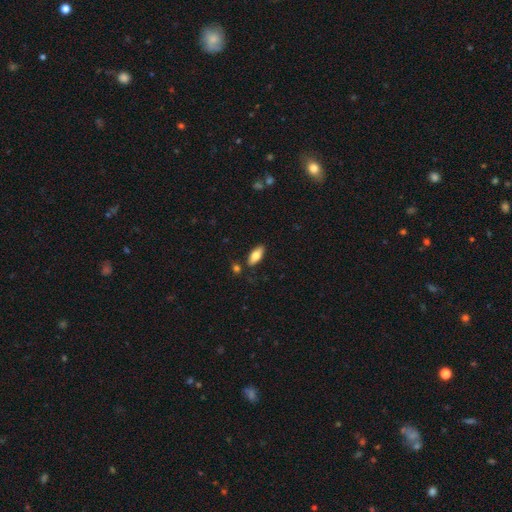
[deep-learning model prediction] Smooth or featured? Predicted: smooth (p=0.75). How rounded? Predicted: in between (p=0.84). Merging? Predicted: none (p=0.83).